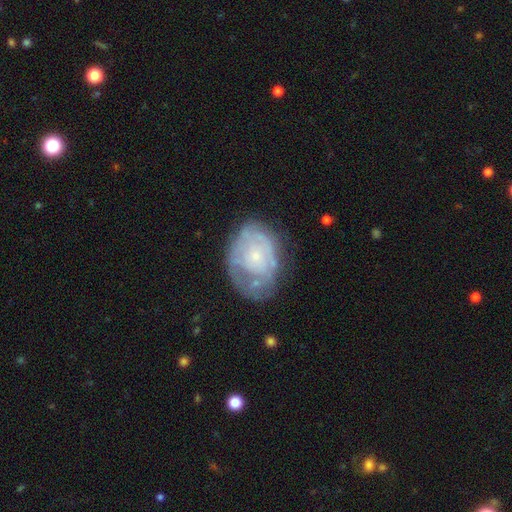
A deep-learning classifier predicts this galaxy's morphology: Smooth or featured?
  - featured or disk: 64% *
  - smooth: 29%
  - star or artifact: 8%
Edge-on disk?
  - no: 97% *
  - yes: 3%
Bar?
  - no: 84% *
  - weak: 13%
  - strong: 2%
Spiral arms?
  - yes: 57% *
  - no: 43%
Bulge size?
  - small: 74% *
  - moderate: 19%
  - none: 4%
  - large: 2%
  - dominant: 1%
Merging?
  - none: 55% *
  - minor disturbance: 27%
  - major disturbance: 15%
  - merger: 3%